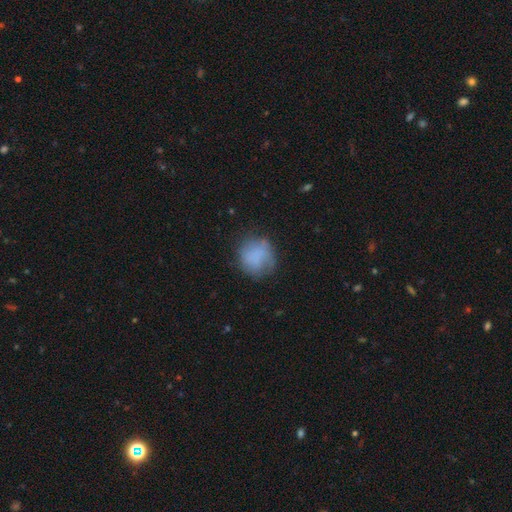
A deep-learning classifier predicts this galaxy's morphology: smooth-or-featured: smooth: 74% | featured or disk: 18% | star or artifact: 8%
  how-rounded: round: 83% | in between: 16% | cigar-shaped: 1%
  merging: none: 61% | minor disturbance: 25% | major disturbance: 12% | merger: 2%